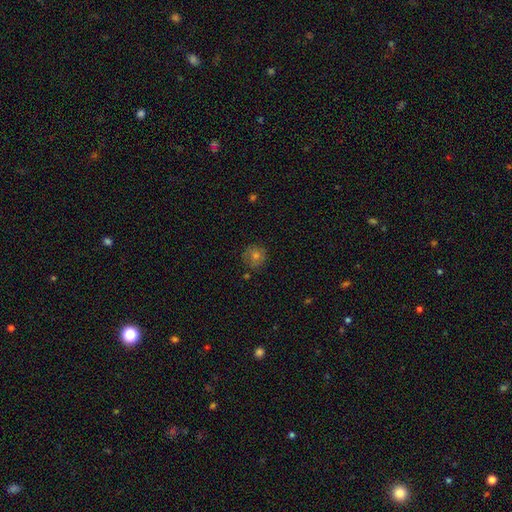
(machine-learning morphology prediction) smooth 57%, featured or disk 23%, star or artifact 20%. Down the decision tree: how rounded — round (88%); merging — none (78%).